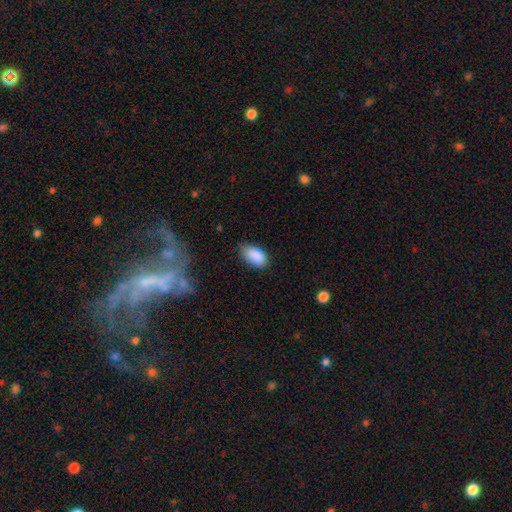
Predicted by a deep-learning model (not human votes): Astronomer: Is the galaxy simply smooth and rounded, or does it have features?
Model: smooth — 89%.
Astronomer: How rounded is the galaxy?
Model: in between — 94%.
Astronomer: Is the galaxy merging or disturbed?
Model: none — 70%.